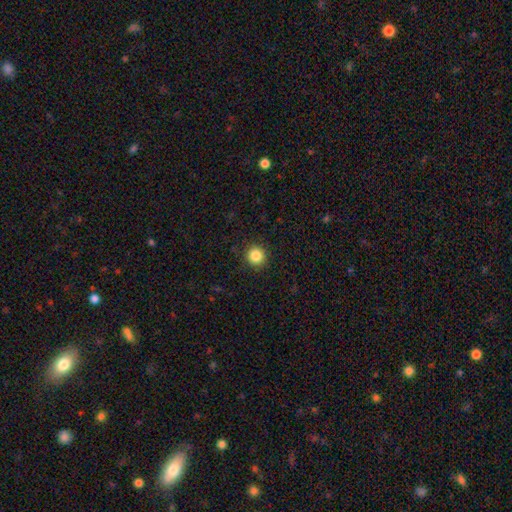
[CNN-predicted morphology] This appears to be a smooth galaxy with no disk features (85%) that is round (94%). Merging: none (91%).